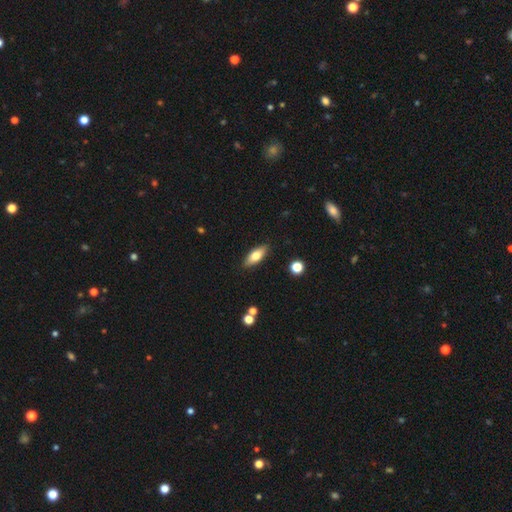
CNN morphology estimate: Smooth or featured?
  - smooth: 69% *
  - featured or disk: 24%
  - star or artifact: 7%
How rounded?
  - in between: 74% *
  - cigar-shaped: 23%
  - round: 3%
Merging?
  - none: 88% *
  - minor disturbance: 9%
  - major disturbance: 2%
  - merger: 2%